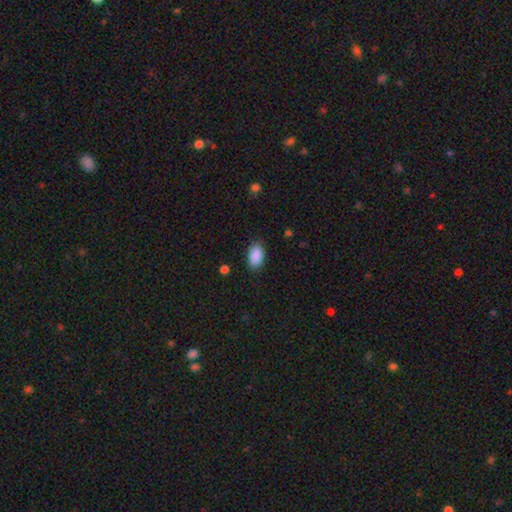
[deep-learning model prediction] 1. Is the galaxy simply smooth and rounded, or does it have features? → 90% smooth, 7% star or artifact, 4% featured or disk.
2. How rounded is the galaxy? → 92% in between, 6% round, 2% cigar-shaped.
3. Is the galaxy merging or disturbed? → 85% none, 11% minor disturbance, 3% major disturbance, 1% merger.